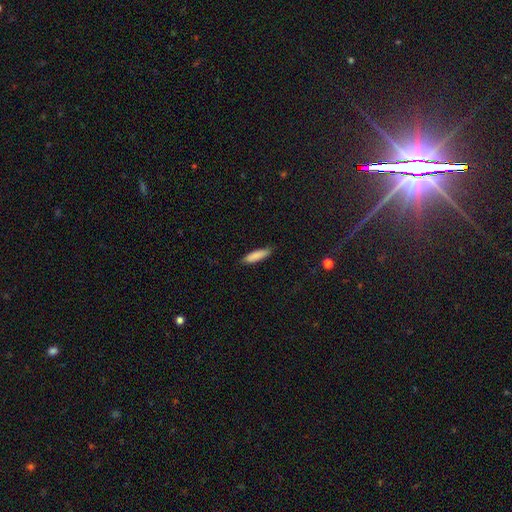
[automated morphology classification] The model was most divided on "how rounded": cigar-shaped: 74%, in between: 24%, round: 1%. More confident: merging — none (86%); smooth or featured — smooth (85%).